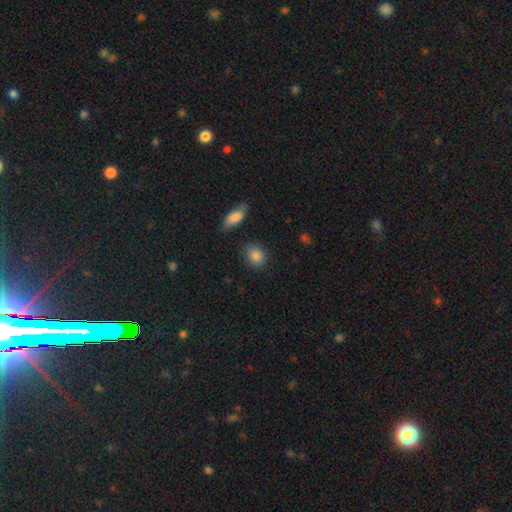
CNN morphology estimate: Smooth or featured: smooth — 86% (star or artifact — 8%)
How rounded: round — 59% (in between — 39%)
Merging: none — 84% (minor disturbance — 11%)